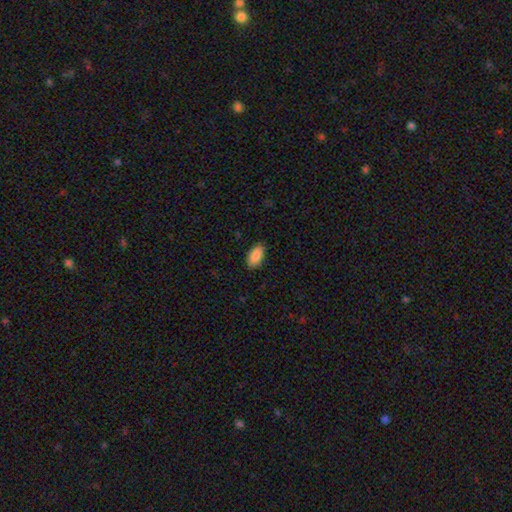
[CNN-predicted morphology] type=smooth (89%); roundness=in between (94%); merging=none (86%).